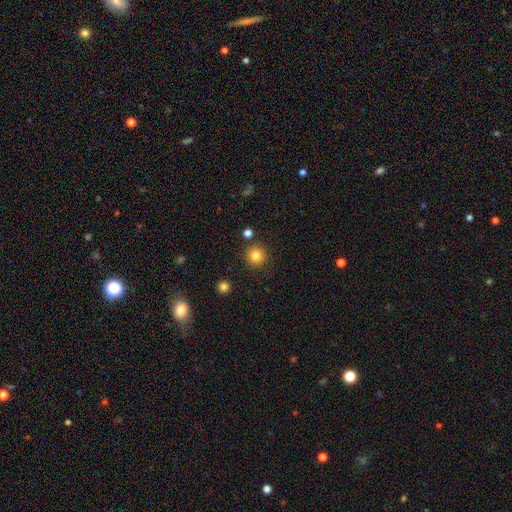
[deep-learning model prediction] The model was most divided on "smooth or featured": smooth: 83%, star or artifact: 12%, featured or disk: 6%. More confident: how rounded — round (94%); merging — none (88%).